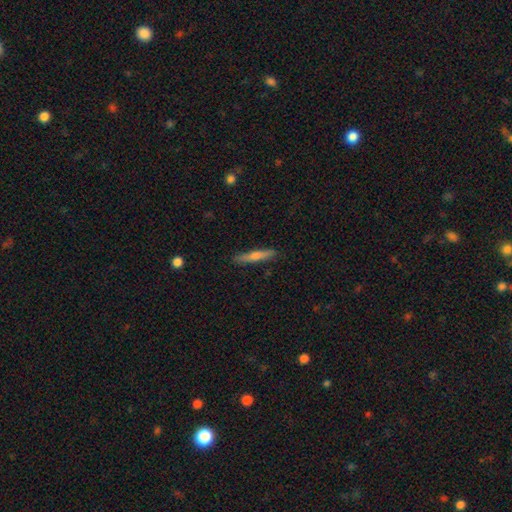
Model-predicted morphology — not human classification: This appears to be a featured or disk galaxy (47%). Merging: none (89%).